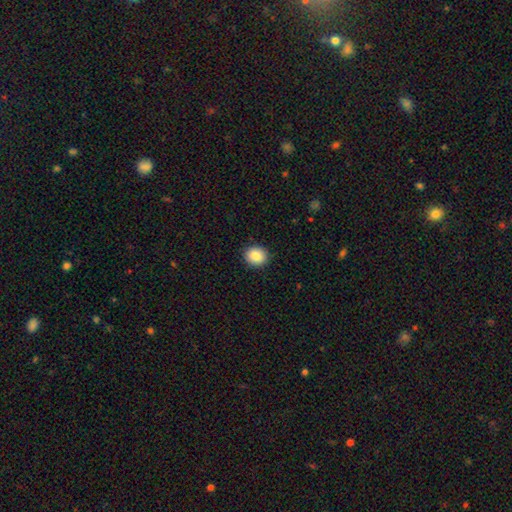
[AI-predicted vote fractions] A smooth galaxy with no disk features (87%) that is round (76%).

Vote fractions:
- Smooth or featured? smooth: 87% / star or artifact: 8% / featured or disk: 5%
- How rounded? round: 76% / in between: 23% / cigar-shaped: 1%
- Merging? none: 91% / minor disturbance: 6% / major disturbance: 2% / merger: 1%